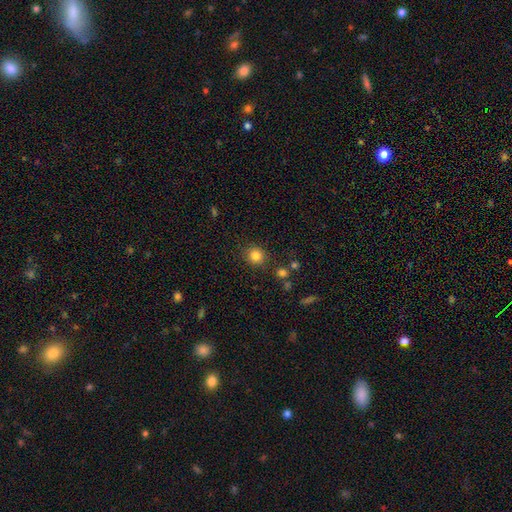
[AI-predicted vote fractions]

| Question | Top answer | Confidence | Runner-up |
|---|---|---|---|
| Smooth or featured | smooth | 83% | star or artifact (12%) |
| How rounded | round | 88% | in between (11%) |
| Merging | none | 86% | minor disturbance (8%) |